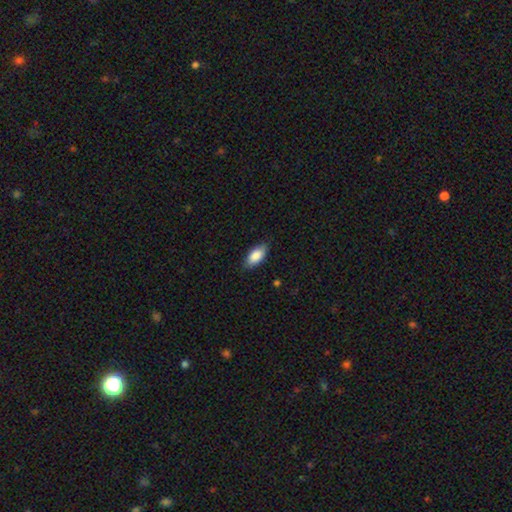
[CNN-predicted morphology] A smooth galaxy with no disk features (86%) that is in between round and cigar-shaped (89%). Merging: none (84%).